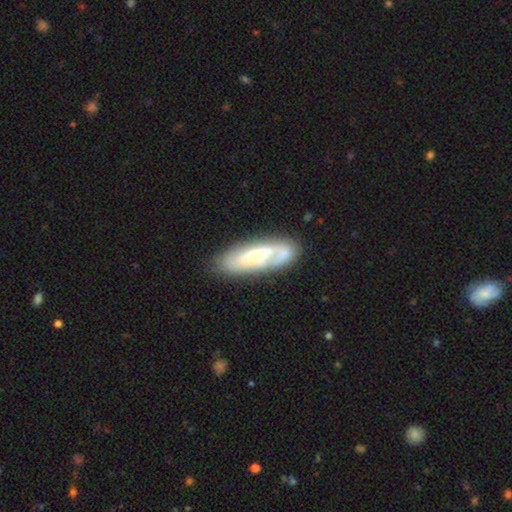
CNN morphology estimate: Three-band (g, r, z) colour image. It shows a featured or disk galaxy (56%). Merging: none (69%).